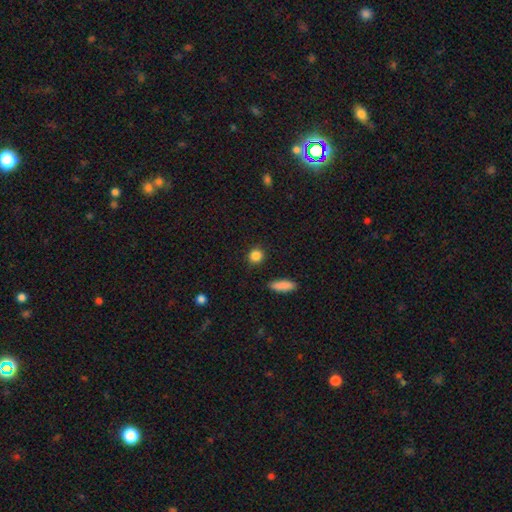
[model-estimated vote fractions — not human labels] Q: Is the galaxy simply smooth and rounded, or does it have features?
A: smooth — 87%.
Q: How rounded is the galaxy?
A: round — 83%.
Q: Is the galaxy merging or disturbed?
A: none — 89%.